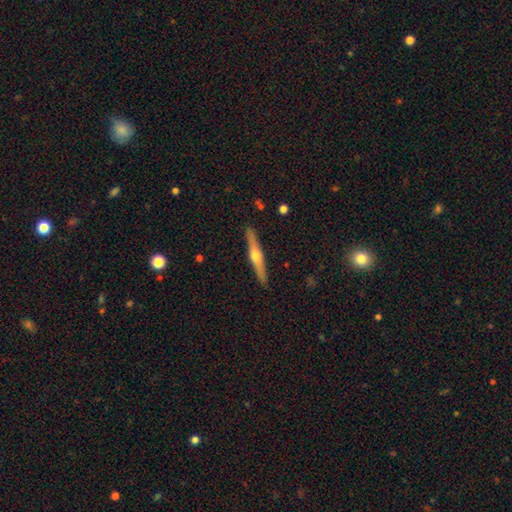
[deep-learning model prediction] Q: Smooth or featured?
A: featured or disk (73%); runner-up: smooth (22%)
Q: Edge-on disk?
A: yes (98%); runner-up: no (2%)
Q: Edge-on bulge?
A: rounded (94%); runner-up: none (4%)
Q: Merging?
A: none (92%); runner-up: minor disturbance (6%)